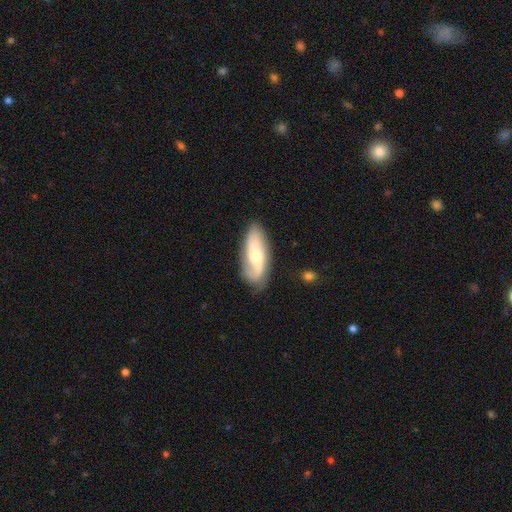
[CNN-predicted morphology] Smooth or featured? featured or disk (60%)
Edge-on disk? no (88%)
Bar? no (54%)
Spiral arms? yes (89%)
Bulge size? moderate (53%)
Merging? none (73%)